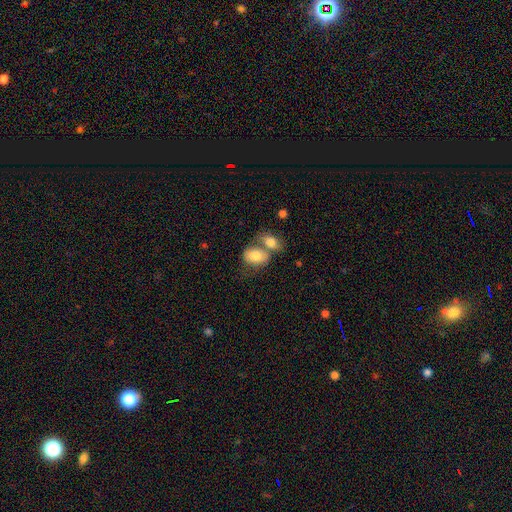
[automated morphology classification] Smooth or featured? smooth (78%)
How rounded? in between (80%)
Merging? merger (58%)